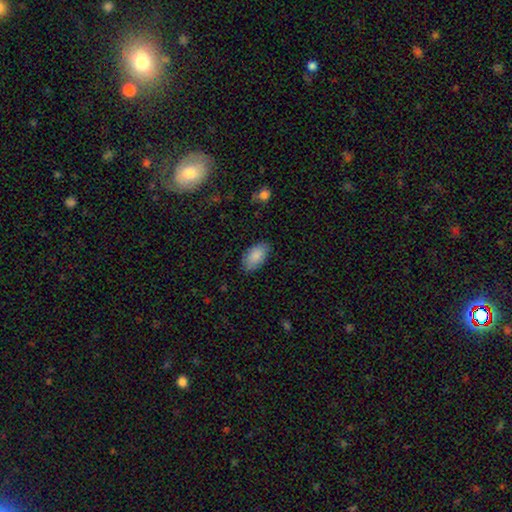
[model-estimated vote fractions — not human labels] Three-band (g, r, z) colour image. It shows a smooth galaxy with no disk features (87%) that is in between round and cigar-shaped (95%). Merging: none (82%).